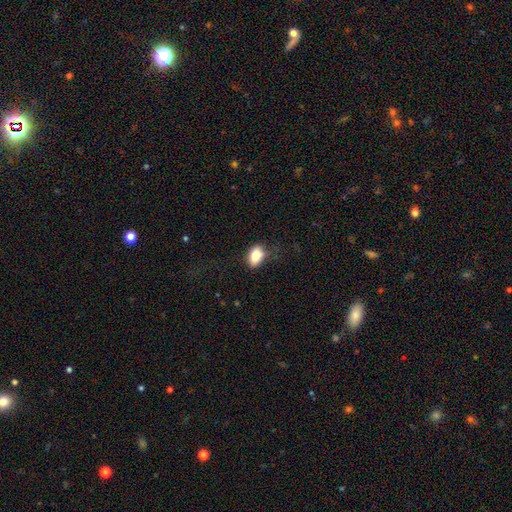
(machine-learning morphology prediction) Q: Smooth or featured?
A: smooth (82%); runner-up: featured or disk (10%)
Q: How rounded?
A: in between (87%); runner-up: round (10%)
Q: Merging?
A: none (70%); runner-up: minor disturbance (21%)